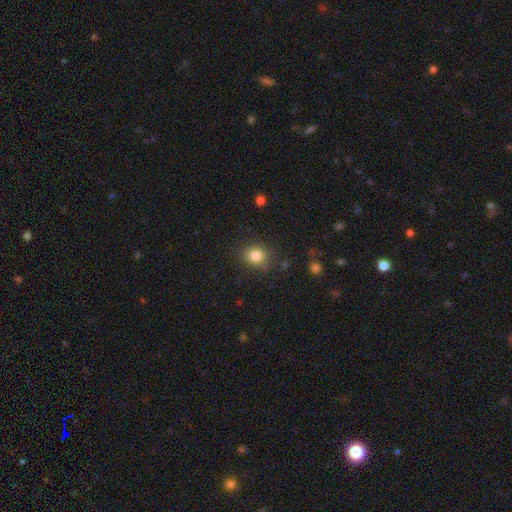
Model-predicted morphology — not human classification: A smooth galaxy with no disk features (84%) that is round (76%). Merging: none (82%).